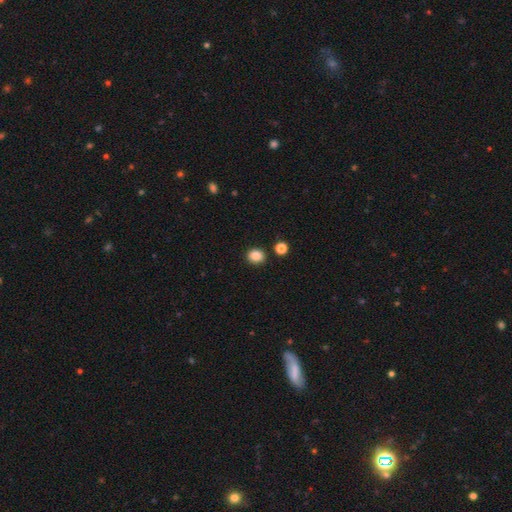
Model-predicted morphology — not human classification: smooth 86%, star or artifact 10%, featured or disk 3%. Down the decision tree: how rounded — round (66%); merging — none (86%).